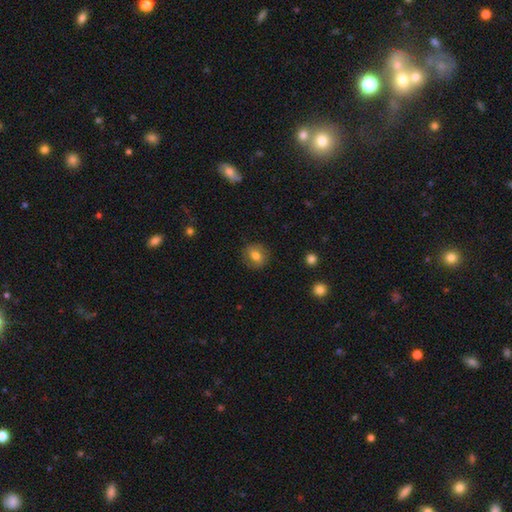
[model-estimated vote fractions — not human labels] Smooth or featured?
  - smooth: 71% *
  - featured or disk: 20%
  - star or artifact: 9%
How rounded?
  - round: 76% *
  - in between: 22%
  - cigar-shaped: 1%
Merging?
  - none: 85% *
  - minor disturbance: 11%
  - major disturbance: 4%
  - merger: 1%